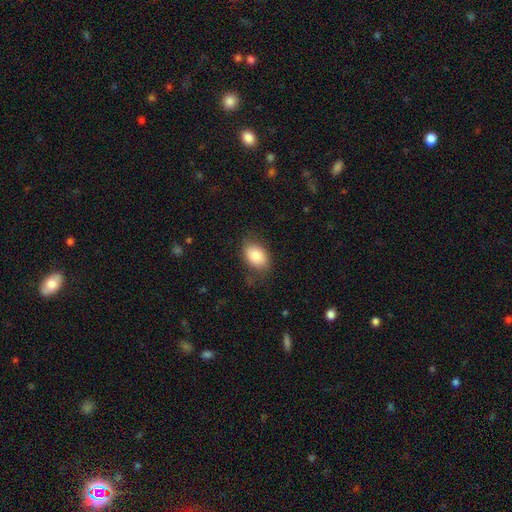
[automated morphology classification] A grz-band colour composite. It shows a smooth galaxy with no disk features (80%) that is in between round and cigar-shaped (82%). Merging: none (74%).